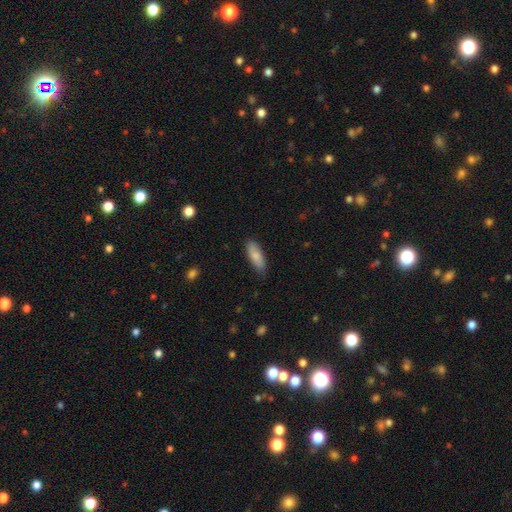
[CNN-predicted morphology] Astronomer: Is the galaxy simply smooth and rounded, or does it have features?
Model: smooth — 81%.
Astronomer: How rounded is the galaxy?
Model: in between — 66%.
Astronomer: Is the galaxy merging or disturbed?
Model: none — 81%.